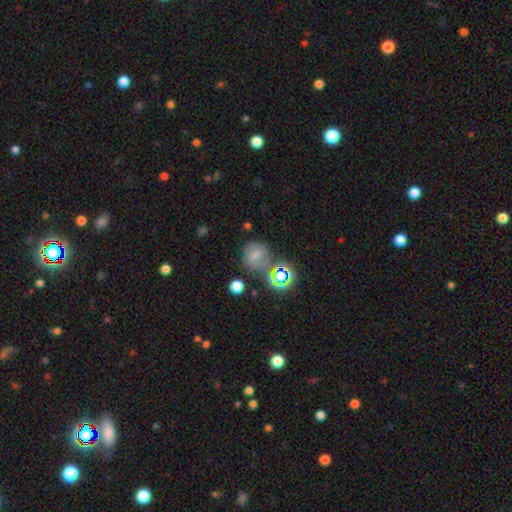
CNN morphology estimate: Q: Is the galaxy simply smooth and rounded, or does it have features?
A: smooth — 58%.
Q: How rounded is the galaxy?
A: round — 73%.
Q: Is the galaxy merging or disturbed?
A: none — 53%.